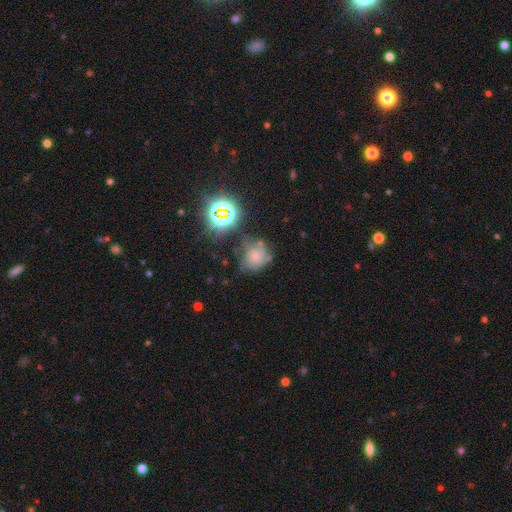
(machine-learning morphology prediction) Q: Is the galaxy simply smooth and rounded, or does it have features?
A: smooth — 39%.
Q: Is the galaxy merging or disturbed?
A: none — 50%.